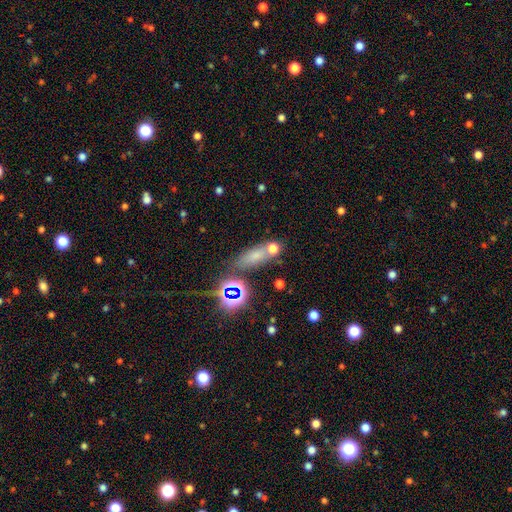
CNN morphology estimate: type=smooth (59%); roundness=in between (54%); merging=none (64%).